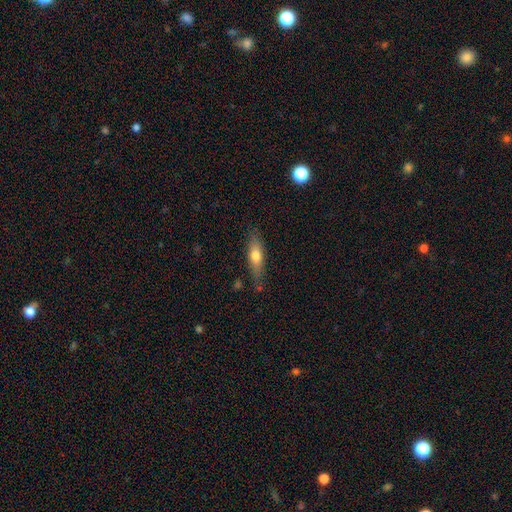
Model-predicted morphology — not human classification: This appears to be a smooth galaxy with no disk features (65%) that is cigar-shaped (51%). Merging: none (72%).